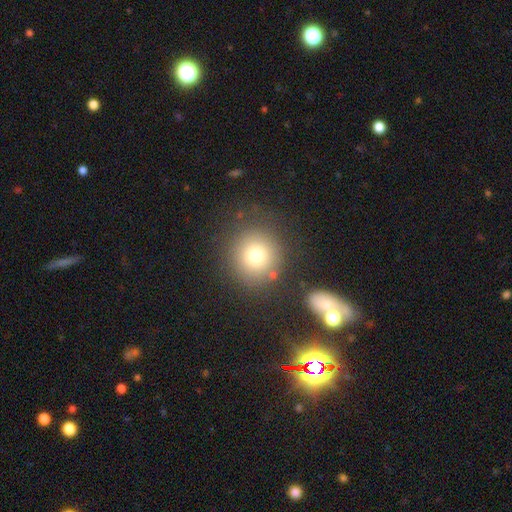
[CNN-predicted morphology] The model was most divided on "smooth or featured": smooth: 76%, star or artifact: 13%, featured or disk: 11%. More confident: how rounded — round (89%); merging — none (79%).